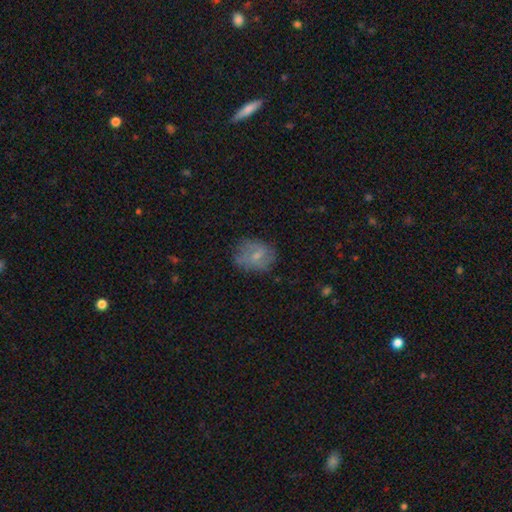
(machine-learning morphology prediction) A smooth galaxy with no disk features (59%) that is in between round and cigar-shaped (51%). Merging: none (63%).